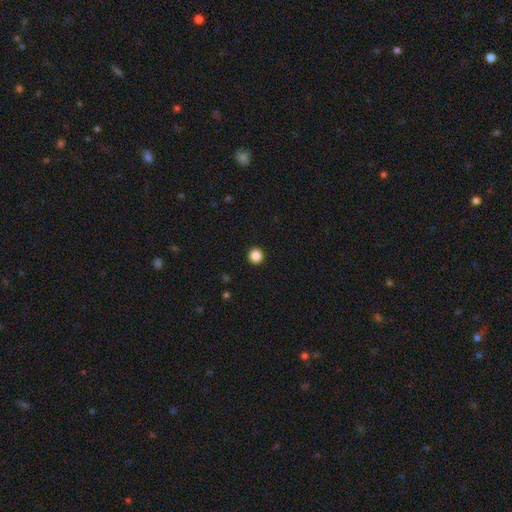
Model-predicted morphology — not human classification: Smooth or featured? smooth (87%)
How rounded? round (94%)
Merging? none (94%)